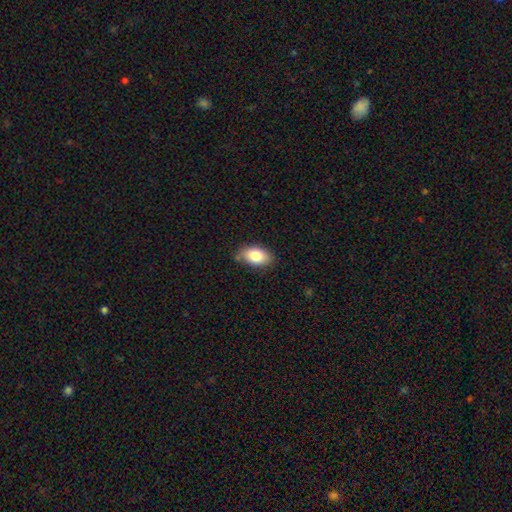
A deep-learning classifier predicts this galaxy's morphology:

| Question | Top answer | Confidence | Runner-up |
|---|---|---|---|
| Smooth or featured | smooth | 83% | featured or disk (10%) |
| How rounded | in between | 91% | round (7%) |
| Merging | none | 80% | minor disturbance (15%) |